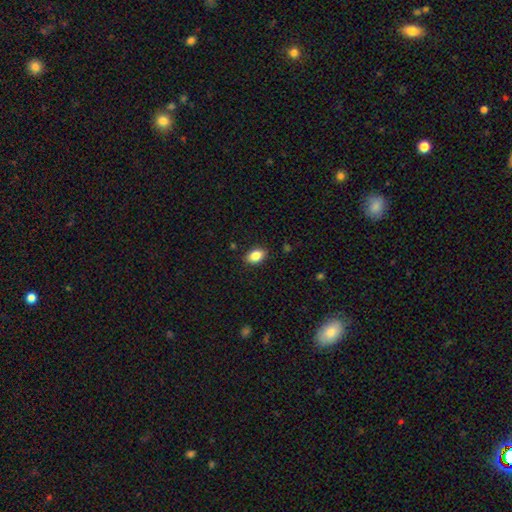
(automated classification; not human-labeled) Overall: smooth (86%). How rounded: in between (83%). Merging: none (87%).